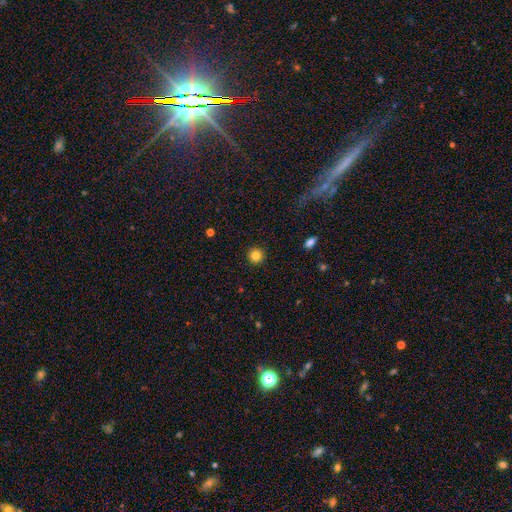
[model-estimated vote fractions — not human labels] This appears to be a smooth galaxy with no disk features (83%) that is round (95%). Merging: none (93%).